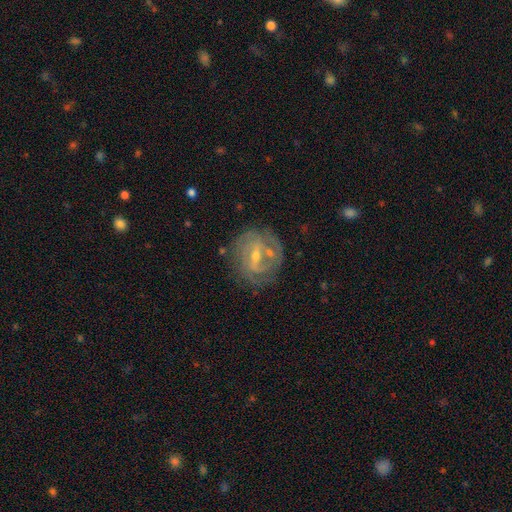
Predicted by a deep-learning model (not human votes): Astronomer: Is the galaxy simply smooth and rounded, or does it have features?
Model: featured or disk — 82%.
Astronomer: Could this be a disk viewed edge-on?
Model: no — 96%.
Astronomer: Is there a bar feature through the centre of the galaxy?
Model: weak — 48% (runner-up: strong, 34%).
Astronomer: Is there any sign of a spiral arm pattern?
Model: yes — 87%.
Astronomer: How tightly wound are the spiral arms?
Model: tight — 55% (runner-up: medium, 34%).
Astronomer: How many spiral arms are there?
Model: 2 — 41% (runner-up: can't tell, 31%).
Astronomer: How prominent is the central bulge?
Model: small — 53% (runner-up: moderate, 43%).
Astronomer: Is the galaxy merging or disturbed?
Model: none — 68%.